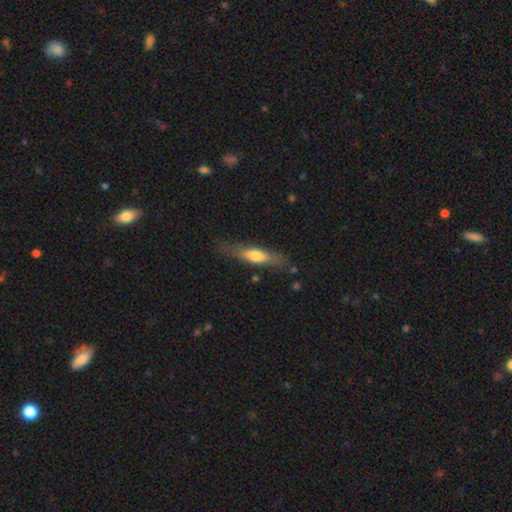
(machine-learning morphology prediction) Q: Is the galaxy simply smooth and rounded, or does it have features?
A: smooth — 59%.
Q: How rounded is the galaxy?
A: cigar-shaped — 71%.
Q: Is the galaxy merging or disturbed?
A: none — 77%.